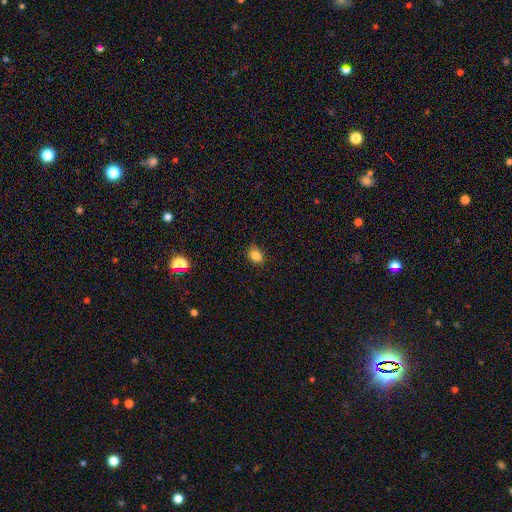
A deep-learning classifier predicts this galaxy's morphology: Overall: smooth (83%). How rounded: in between (50%; round 49%). Merging: none (79%).